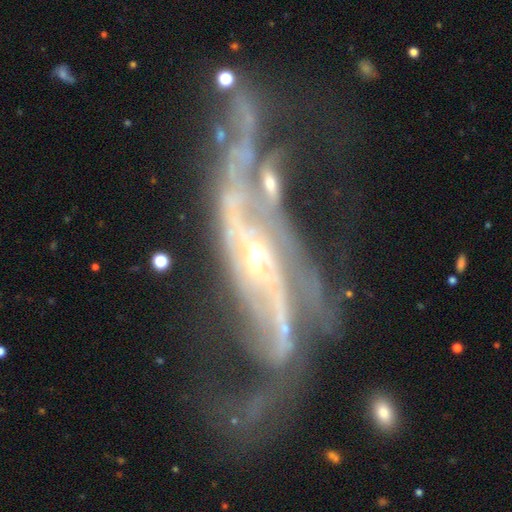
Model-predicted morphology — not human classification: This appears to be a featured or disk galaxy (88%) with no bar (44%), 2 (66%) loose (63%) spiral arms (91%) and a small central bulge (72%). Merging: major disturbance (36%).